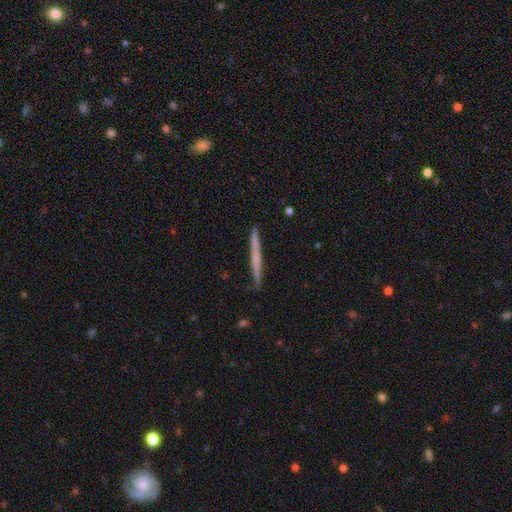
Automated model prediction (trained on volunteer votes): Morphology: type=smooth (48%); merging=none (91%).